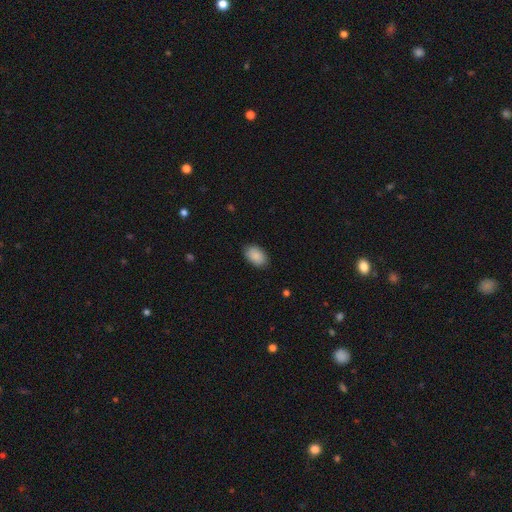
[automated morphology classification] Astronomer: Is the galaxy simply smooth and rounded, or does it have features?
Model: smooth — 89%.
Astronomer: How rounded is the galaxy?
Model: in between — 91%.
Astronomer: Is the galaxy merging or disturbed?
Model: none — 86%.